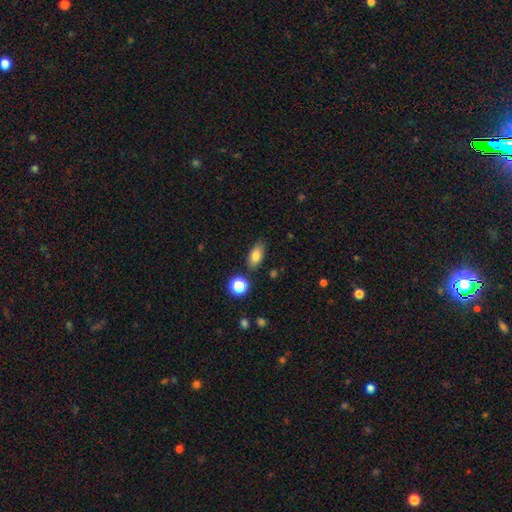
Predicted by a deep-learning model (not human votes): A smooth galaxy with no disk features (82%) that is in between round and cigar-shaped (86%). Merging: none (81%).